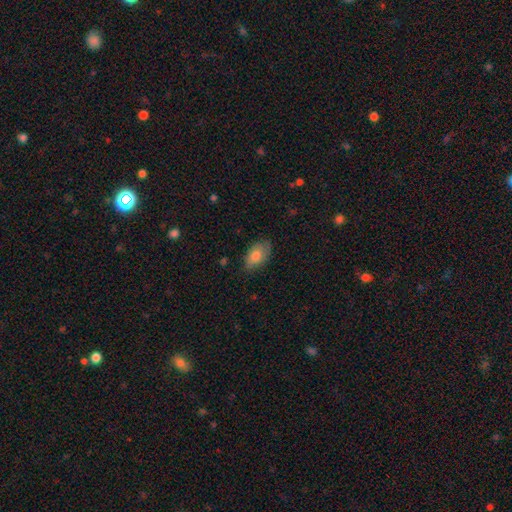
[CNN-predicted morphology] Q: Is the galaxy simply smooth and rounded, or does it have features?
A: smooth — 79%.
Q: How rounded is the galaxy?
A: in between — 92%.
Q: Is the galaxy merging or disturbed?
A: none — 74%.